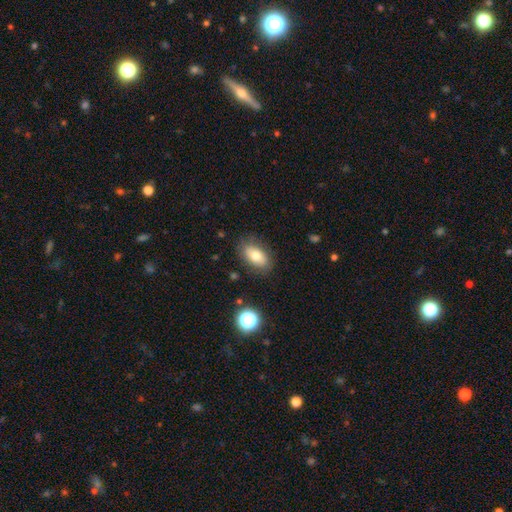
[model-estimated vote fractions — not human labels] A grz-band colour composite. It shows a smooth galaxy with no disk features (72%) that is in between round and cigar-shaped (89%). Merging: none (82%).